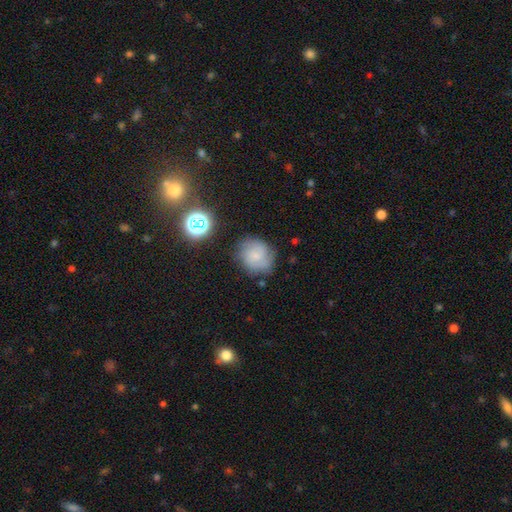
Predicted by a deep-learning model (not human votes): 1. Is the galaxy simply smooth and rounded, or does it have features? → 48% smooth, 40% featured or disk, 12% star or artifact.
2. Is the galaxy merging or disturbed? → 68% none, 21% minor disturbance, 8% major disturbance, 3% merger.